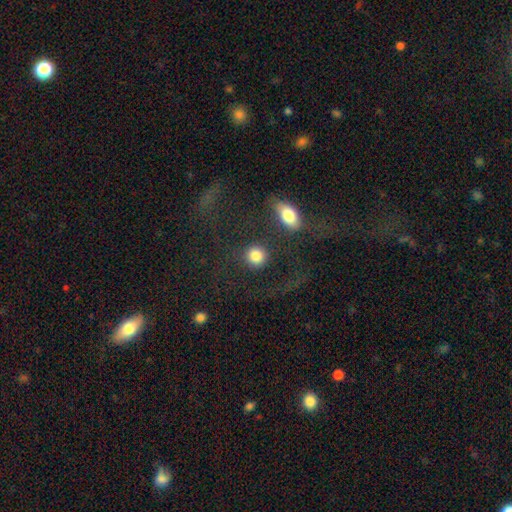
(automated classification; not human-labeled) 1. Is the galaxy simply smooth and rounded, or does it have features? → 84% smooth, 9% star or artifact, 8% featured or disk.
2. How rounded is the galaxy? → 89% round, 9% in between, 1% cigar-shaped.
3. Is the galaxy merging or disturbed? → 74% none, 10% merger, 9% minor disturbance, 7% major disturbance.